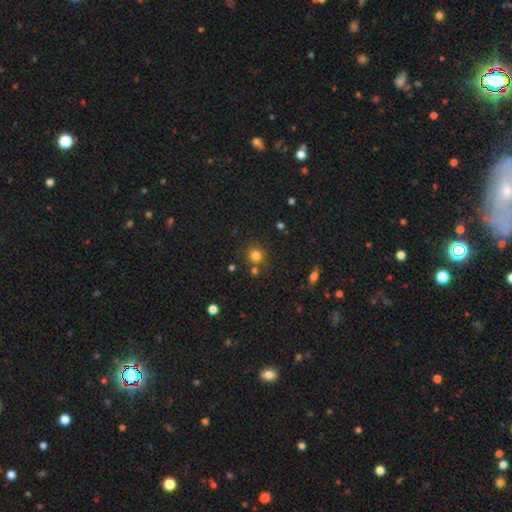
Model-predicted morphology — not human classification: Smooth or featured?
  - smooth: 79% *
  - star or artifact: 15%
  - featured or disk: 6%
How rounded?
  - round: 88% *
  - in between: 11%
  - cigar-shaped: 1%
Merging?
  - none: 74% *
  - merger: 12%
  - minor disturbance: 10%
  - major disturbance: 4%